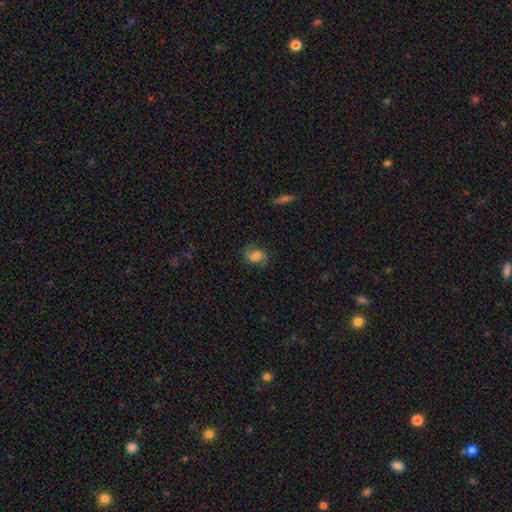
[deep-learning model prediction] featured or disk 56%, smooth 34%, star or artifact 10%. Down the decision tree: edge-on disk — no (97%); bar — no (47%); spiral arms — yes (92%); bulge size — moderate (35%); merging — none (75%).